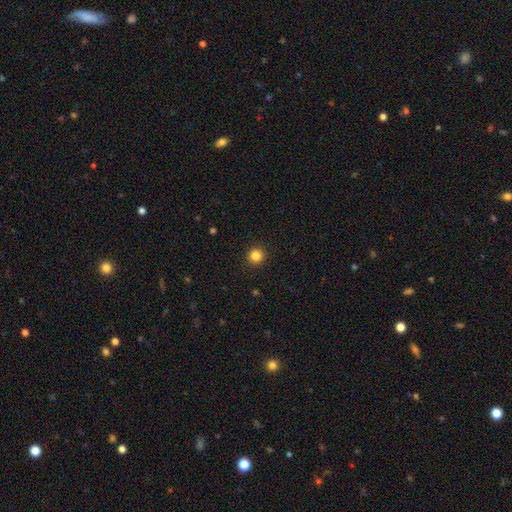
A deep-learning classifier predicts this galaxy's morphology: A smooth galaxy with no disk features (85%) that is round (95%).

Vote fractions:
- Smooth or featured? smooth: 85% / star or artifact: 12% / featured or disk: 4%
- How rounded? round: 95% / in between: 4% / cigar-shaped: 1%
- Merging? none: 93% / minor disturbance: 5% / major disturbance: 2% / merger: 1%